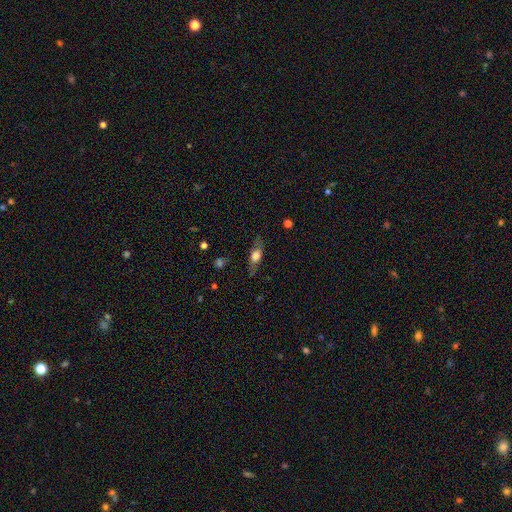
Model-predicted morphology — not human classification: Smooth or featured? Predicted: smooth (p=0.50). Merging? Predicted: none (p=0.74).